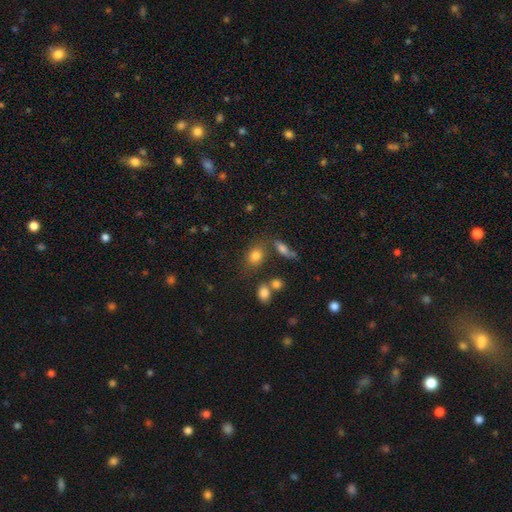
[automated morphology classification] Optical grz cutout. It shows a smooth galaxy with no disk features (78%) that is in between round and cigar-shaped (63%). Merging: none (64%).